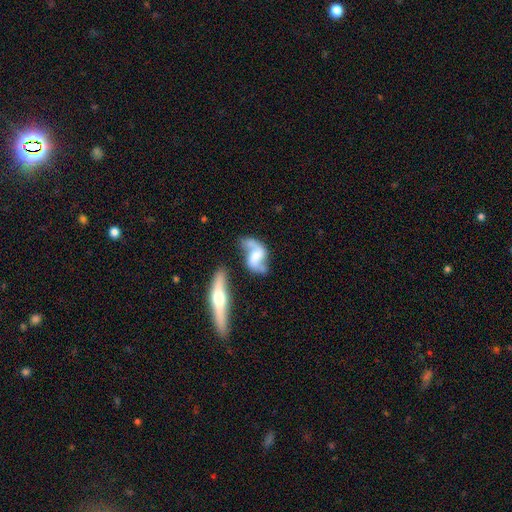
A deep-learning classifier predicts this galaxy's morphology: smooth_or_featured: featured or disk (p=0.79) [alt: smooth p=0.15]
disk_edge_on: no (p=0.94) [alt: yes p=0.06]
bar: weak (p=0.41) [alt: no p=0.38]
has_spiral_arms: yes (p=0.92) [alt: no p=0.08]
spiral_winding: loose (p=0.64) [alt: medium p=0.28]
spiral_arm_count: 2 (p=0.91) [alt: can't tell p=0.03]
bulge_size: moderate (p=0.29) [alt: none p=0.27]
merging: none (p=0.53) [alt: minor disturbance p=0.20]